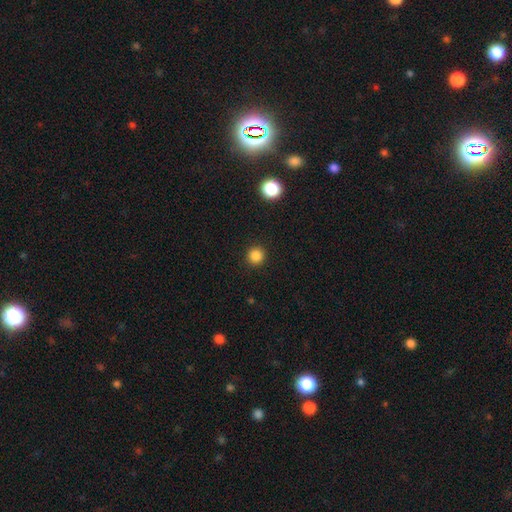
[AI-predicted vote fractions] Smooth or featured? Predicted: smooth (p=0.85). How rounded? Predicted: round (p=0.95). Merging? Predicted: none (p=0.92).